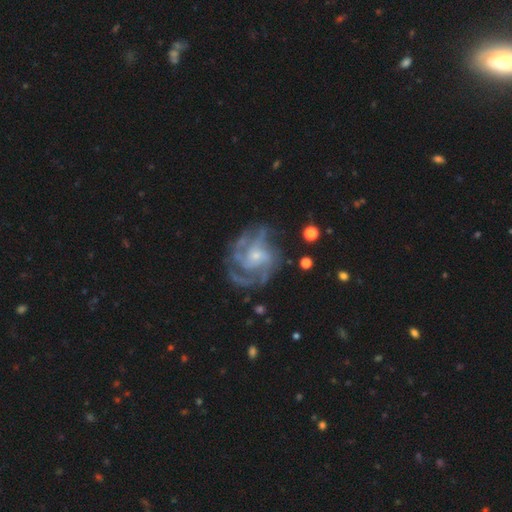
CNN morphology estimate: Smooth or featured?
  - featured or disk: 86% *
  - smooth: 7%
  - star or artifact: 7%
Edge-on disk?
  - no: 98% *
  - yes: 2%
Bar?
  - no: 63% *
  - weak: 31%
  - strong: 6%
Spiral arms?
  - yes: 94% *
  - no: 6%
Spiral winding?
  - medium: 45% *
  - tight: 40%
  - loose: 15%
Spiral arm count?
  - 3: 29% *
  - can't tell: 23%
  - 4: 20%
  - 2: 14%
  - more than 4: 8%
  - 1: 6%
Bulge size?
  - small: 65% *
  - moderate: 26%
  - none: 5%
  - large: 3%
  - dominant: 1%
Merging?
  - none: 65% *
  - minor disturbance: 18%
  - major disturbance: 15%
  - merger: 2%